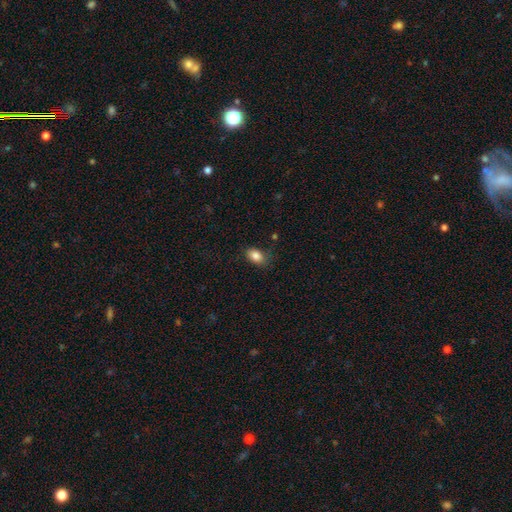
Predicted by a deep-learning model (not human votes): This is clearly a smooth galaxy (85%). How rounded: clearly in between (84%). Merging: likely none (78%).